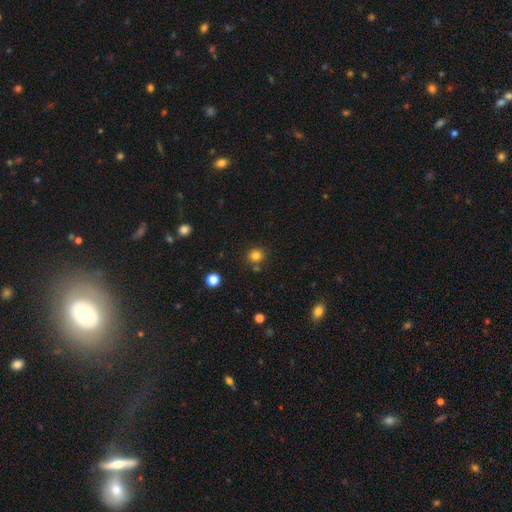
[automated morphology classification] Smooth or featured: smooth — 81% (star or artifact — 14%)
How rounded: round — 87% (in between — 13%)
Merging: none — 80% (minor disturbance — 9%)